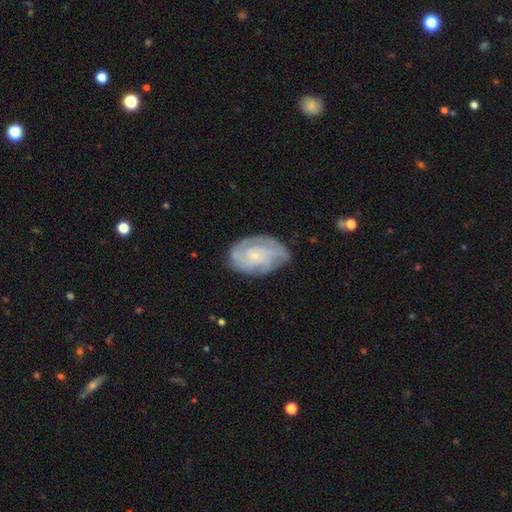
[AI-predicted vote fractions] Morphology: type=featured or disk (66%); edge-on=no (96%); bar=no (77%); spiral arms=yes (86%); winding=tight (59%); arm count=can't tell (44%); bulge=small (73%); merging=none (67%).